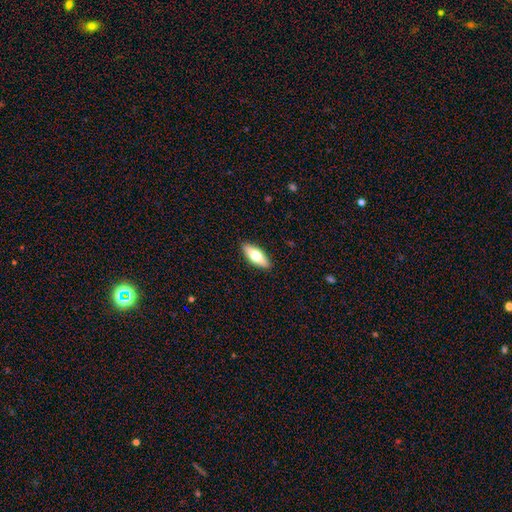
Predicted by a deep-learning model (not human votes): smooth 64%, featured or disk 30%, star or artifact 6%. Down the decision tree: how rounded — in between (70%); merging — none (90%).